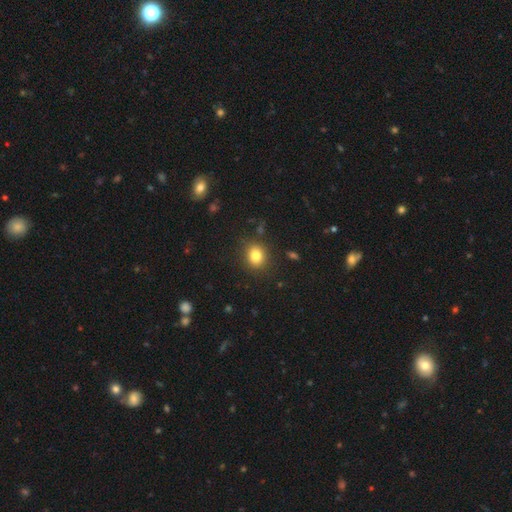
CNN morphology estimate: Overall: smooth (81%). How rounded: round (69%; in between 30%). Merging: none (87%).